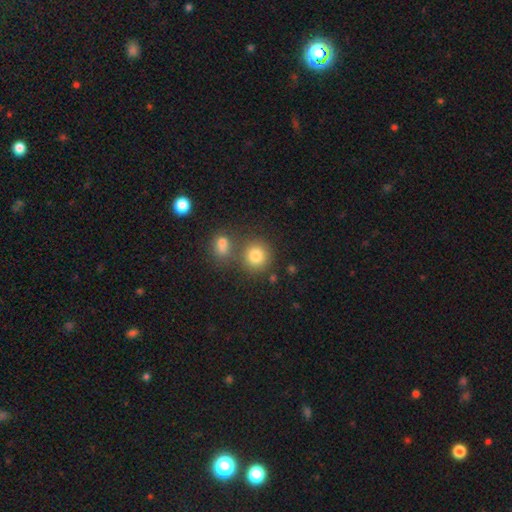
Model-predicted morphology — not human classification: Smooth or featured? Predicted: smooth (p=0.82). How rounded? Predicted: round (p=0.87). Merging? Predicted: none (p=0.65).